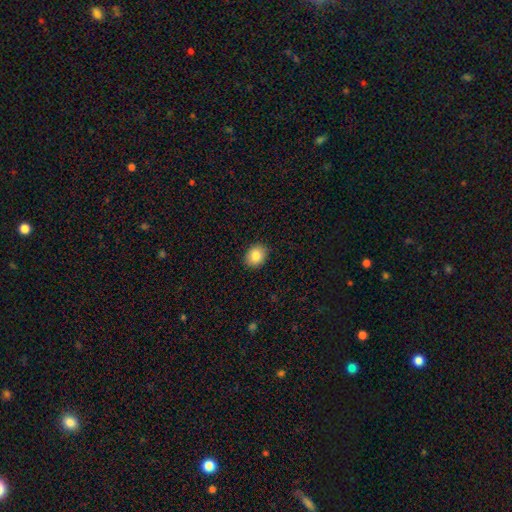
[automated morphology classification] smooth_or_featured: smooth (p=0.84) [alt: star or artifact p=0.09]
how_rounded: round (p=0.54) [alt: in between p=0.45]
merging: none (p=0.90) [alt: minor disturbance p=0.08]